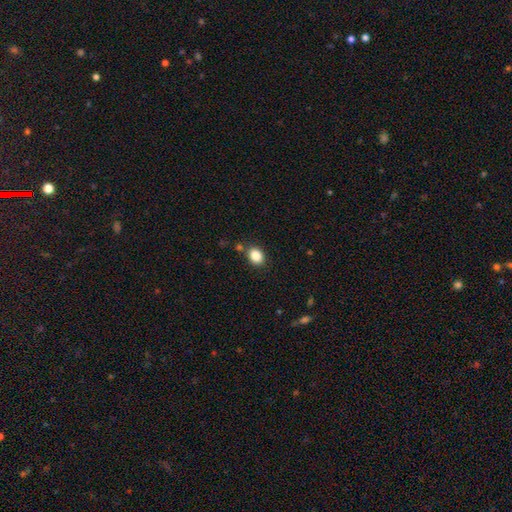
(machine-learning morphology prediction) Overall: smooth (86%). How rounded: in between (67%; round 32%). Merging: none (82%).